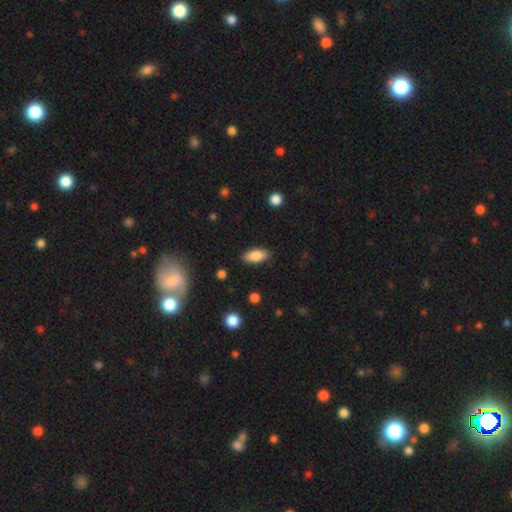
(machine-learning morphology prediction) A smooth galaxy with no disk features (83%) that is in between round and cigar-shaped (84%).

Vote fractions:
- Smooth or featured? smooth: 83% / featured or disk: 10% / star or artifact: 7%
- How rounded? in between: 84% / cigar-shaped: 13% / round: 2%
- Merging? none: 87% / minor disturbance: 10% / major disturbance: 2% / merger: 1%